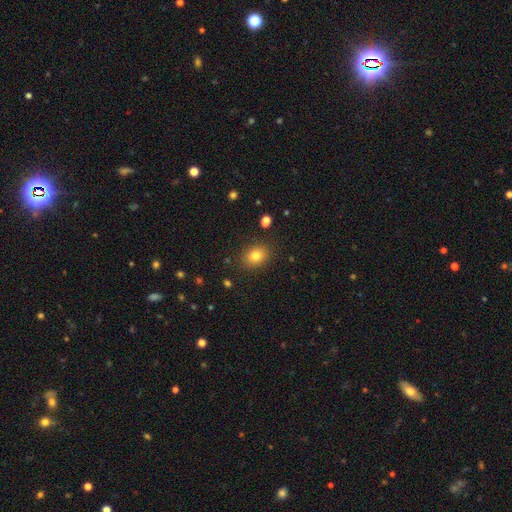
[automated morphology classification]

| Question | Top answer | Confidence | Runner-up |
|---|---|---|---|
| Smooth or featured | smooth | 80% | star or artifact (12%) |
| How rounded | in between | 57% | round (42%) |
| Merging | none | 86% | minor disturbance (9%) |